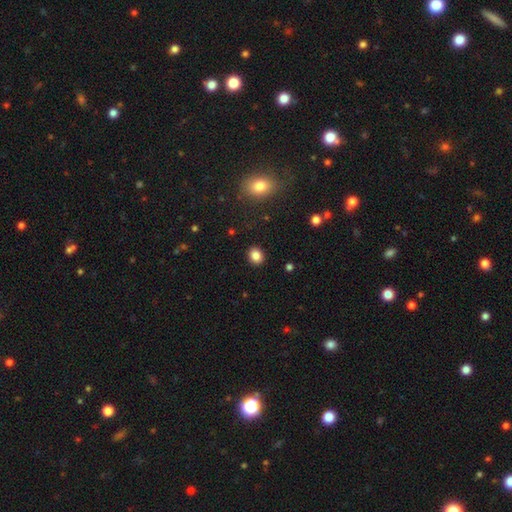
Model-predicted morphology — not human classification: Smooth or featured?
  - smooth: 85% *
  - star or artifact: 10%
  - featured or disk: 5%
How rounded?
  - round: 61% *
  - in between: 38%
  - cigar-shaped: 1%
Merging?
  - none: 90% *
  - minor disturbance: 7%
  - major disturbance: 2%
  - merger: 1%